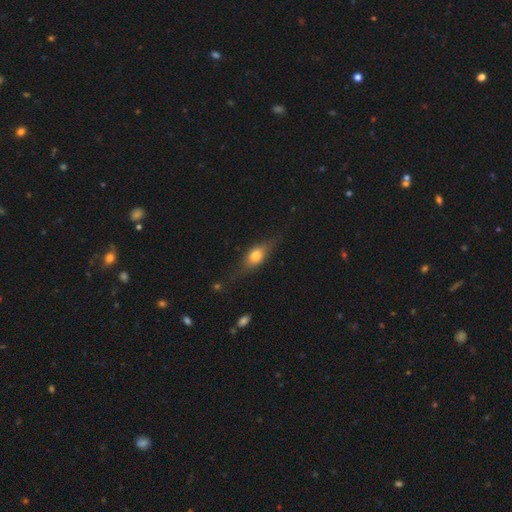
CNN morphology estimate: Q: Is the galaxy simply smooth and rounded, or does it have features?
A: smooth — 62%.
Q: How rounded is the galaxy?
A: in between — 64%.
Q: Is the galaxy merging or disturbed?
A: none — 65%.